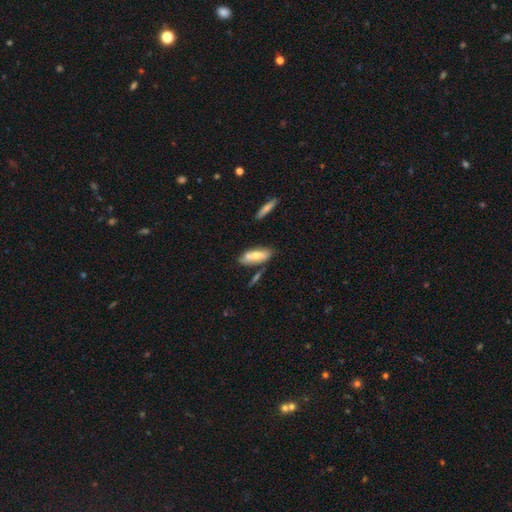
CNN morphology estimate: This is possibly a smooth galaxy (55%). How rounded: likely in between (65%). Merging: likely none (65%).